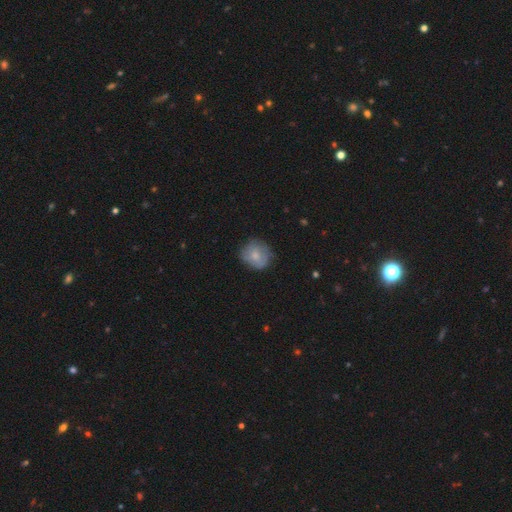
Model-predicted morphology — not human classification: This appears to be a smooth galaxy with no disk features (66%) that is round (81%). Merging: none (69%).